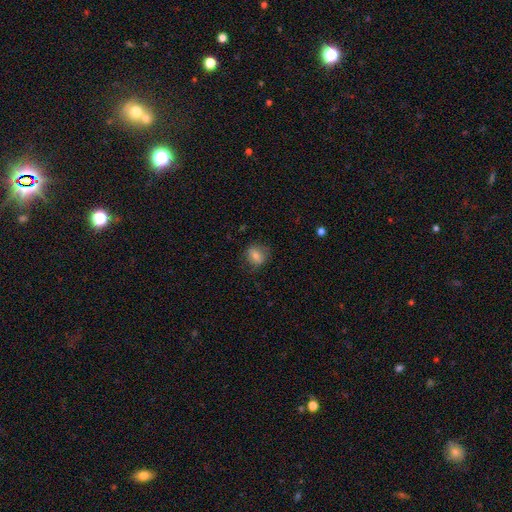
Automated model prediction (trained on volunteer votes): Smooth or featured: smooth — 75% (featured or disk — 15%)
How rounded: round — 67% (in between — 32%)
Merging: none — 77% (minor disturbance — 16%)